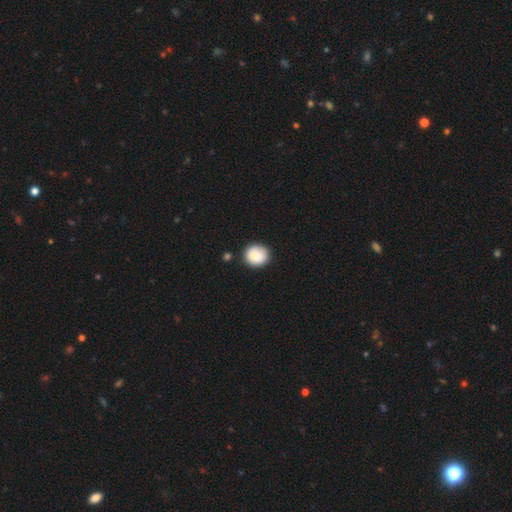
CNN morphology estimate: This is clearly a smooth galaxy (85%). How rounded: clearly round (86%). Merging: clearly none (84%).